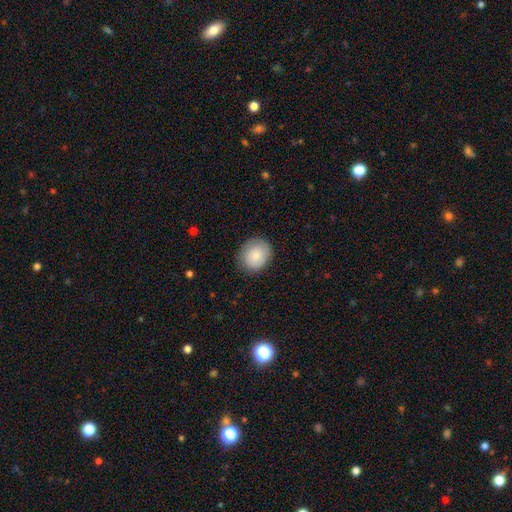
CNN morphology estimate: Q: Smooth or featured?
A: smooth (83%); runner-up: featured or disk (10%)
Q: How rounded?
A: round (70%); runner-up: in between (30%)
Q: Merging?
A: none (83%); runner-up: minor disturbance (13%)